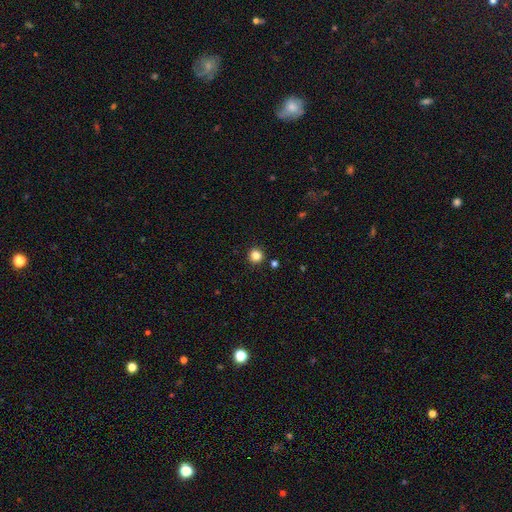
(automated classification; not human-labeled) A smooth galaxy with no disk features (84%) that is round (96%). Merging: none (92%).